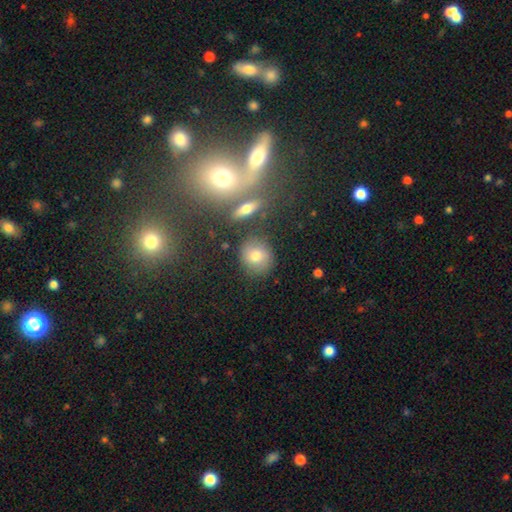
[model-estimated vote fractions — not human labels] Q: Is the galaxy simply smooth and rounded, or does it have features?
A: smooth — 74%.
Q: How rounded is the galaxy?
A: round — 77%.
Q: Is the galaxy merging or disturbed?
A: none — 76%.